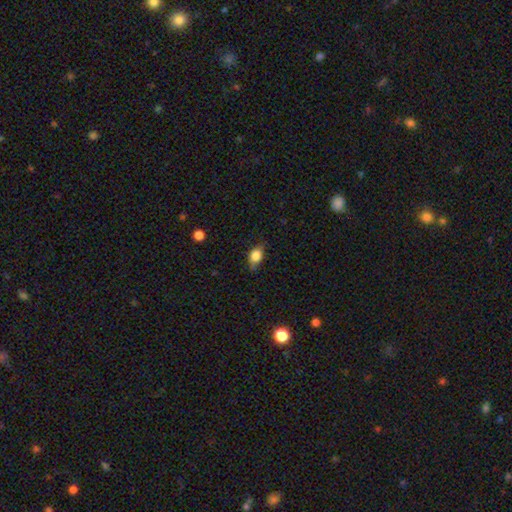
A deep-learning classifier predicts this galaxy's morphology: smooth_or_featured: smooth (p=0.80) [alt: featured or disk p=0.11]
how_rounded: in between (p=0.77) [alt: round p=0.19]
merging: none (p=0.65) [alt: minor disturbance p=0.28]